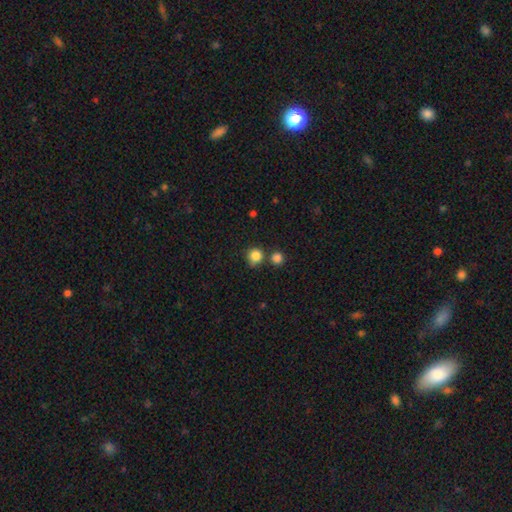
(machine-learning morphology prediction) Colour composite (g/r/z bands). It shows a smooth galaxy with no disk features (83%) that is round (89%). Merging: none (66%).